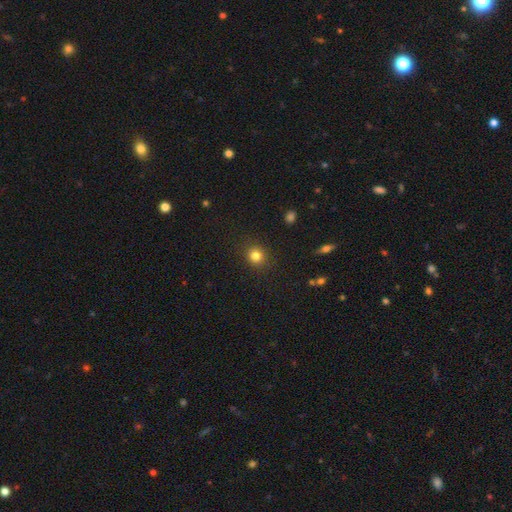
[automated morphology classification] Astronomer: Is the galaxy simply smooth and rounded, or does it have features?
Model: smooth — 83%.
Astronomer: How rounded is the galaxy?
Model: round — 88%.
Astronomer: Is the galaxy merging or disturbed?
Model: none — 89%.